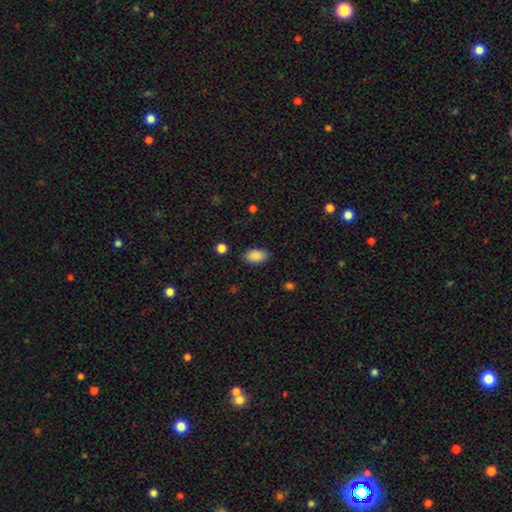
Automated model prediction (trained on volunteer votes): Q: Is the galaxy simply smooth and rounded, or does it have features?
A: smooth — 88%.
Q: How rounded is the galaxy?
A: in between — 92%.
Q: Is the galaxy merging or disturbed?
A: none — 86%.